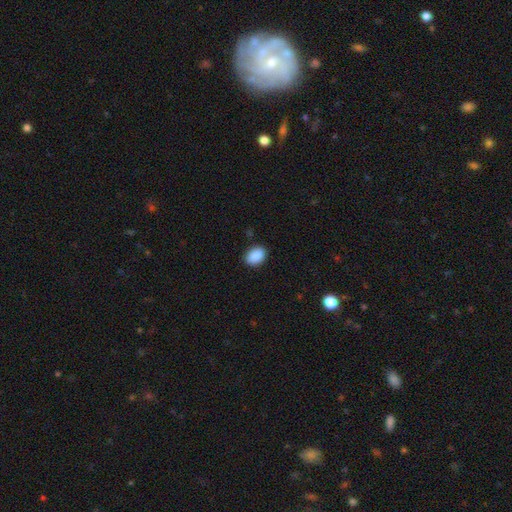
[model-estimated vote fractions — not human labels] smooth-or-featured: smooth: 90% | star or artifact: 7% | featured or disk: 3%
  how-rounded: in between: 83% | round: 15% | cigar-shaped: 1%
  merging: none: 86% | minor disturbance: 10% | major disturbance: 2% | merger: 1%